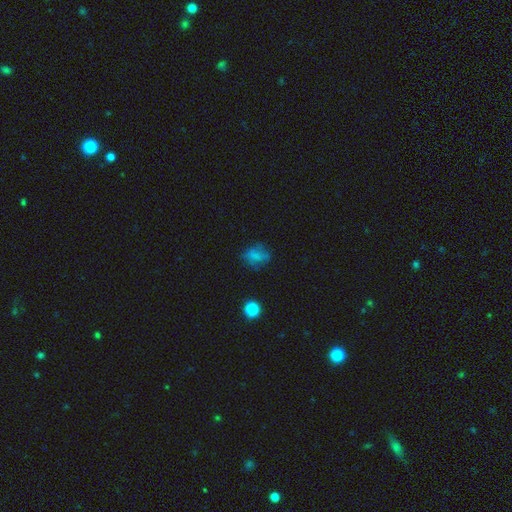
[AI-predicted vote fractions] smooth_or_featured: smooth (p=0.64) [alt: featured or disk p=0.18]
how_rounded: in between (p=0.56) [alt: round p=0.41]
merging: none (p=0.59) [alt: minor disturbance p=0.24]